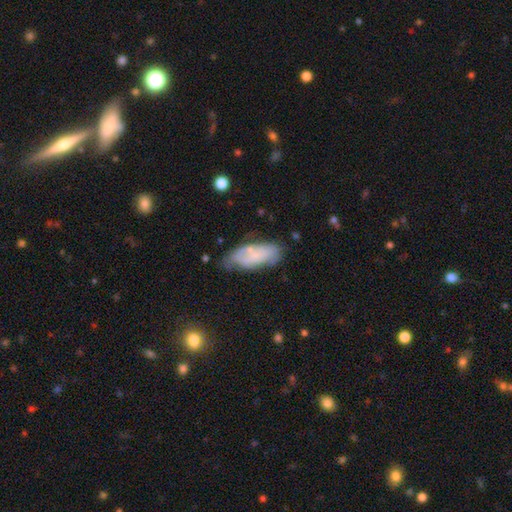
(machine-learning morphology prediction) This is possibly a smooth galaxy (51%). How rounded: likely in between (75%). Merging: likely none (61%).